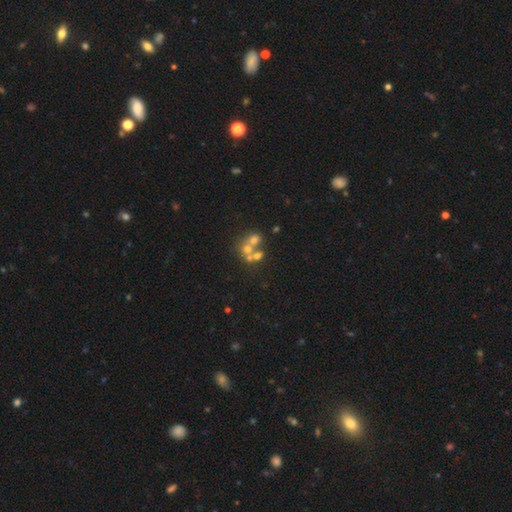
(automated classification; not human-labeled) A smooth galaxy with no disk features (40%).

Vote fractions:
- Smooth or featured? smooth: 40% / star or artifact: 35% / featured or disk: 25%
- Merging? merger: 47% / none: 40% / minor disturbance: 8% / major disturbance: 6%